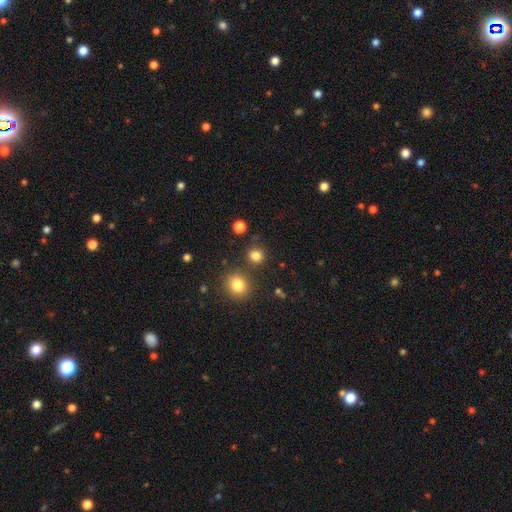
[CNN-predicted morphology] smooth_or_featured: smooth (p=0.81) [alt: star or artifact p=0.15]
how_rounded: round (p=0.88) [alt: in between p=0.11]
merging: none (p=0.81) [alt: minor disturbance p=0.08]